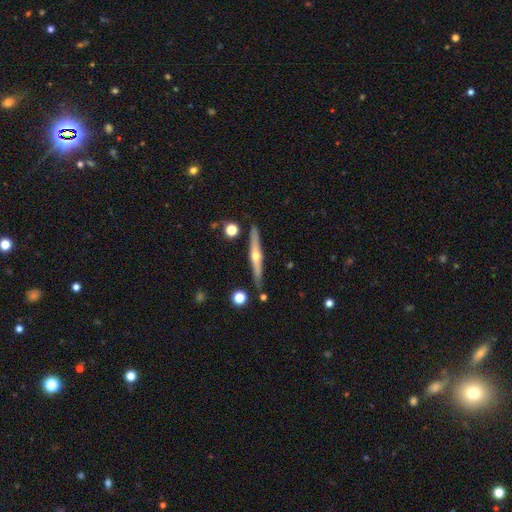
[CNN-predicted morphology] The model was most divided on "smooth or featured": featured or disk: 73%, smooth: 21%, star or artifact: 6%. More confident: edge-on disk — yes (97%); edge-on bulge — rounded (92%); merging — none (87%).